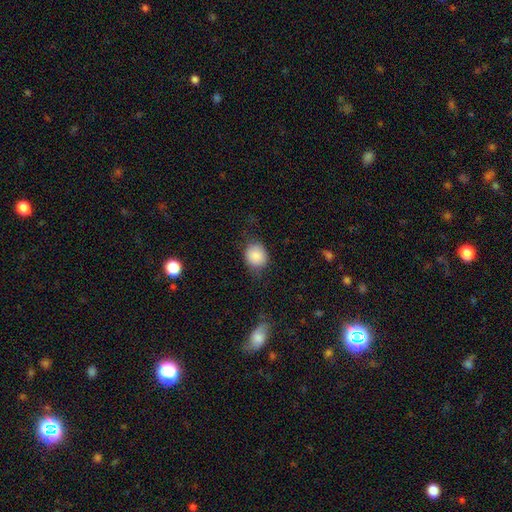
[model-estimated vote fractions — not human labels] A smooth galaxy with no disk features (86%) that is round (73%).

Vote fractions:
- Smooth or featured? smooth: 86% / star or artifact: 8% / featured or disk: 6%
- How rounded? round: 73% / in between: 26% / cigar-shaped: 1%
- Merging? none: 73% / minor disturbance: 19% / major disturbance: 6% / merger: 1%